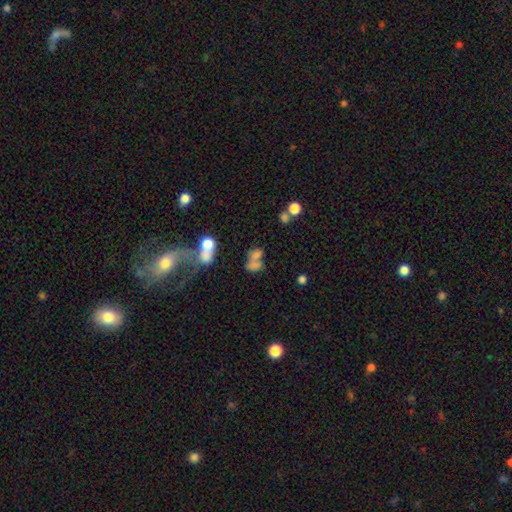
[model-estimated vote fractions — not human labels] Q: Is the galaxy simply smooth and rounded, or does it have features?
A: smooth — 59%.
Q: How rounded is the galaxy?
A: in between — 71%.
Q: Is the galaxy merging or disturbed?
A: merger — 52%.